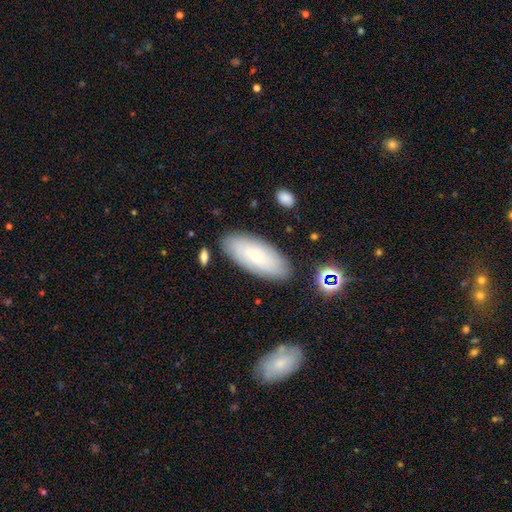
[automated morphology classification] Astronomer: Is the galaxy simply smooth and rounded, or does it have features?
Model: smooth — 63%.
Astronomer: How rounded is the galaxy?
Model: in between — 83%.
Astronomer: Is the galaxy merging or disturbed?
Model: none — 85%.